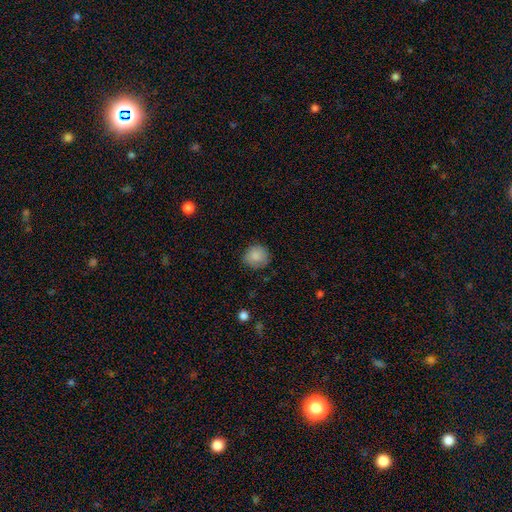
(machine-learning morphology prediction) Q: Smooth or featured?
A: smooth (87%); runner-up: star or artifact (8%)
Q: How rounded?
A: round (88%); runner-up: in between (11%)
Q: Merging?
A: none (84%); runner-up: minor disturbance (13%)